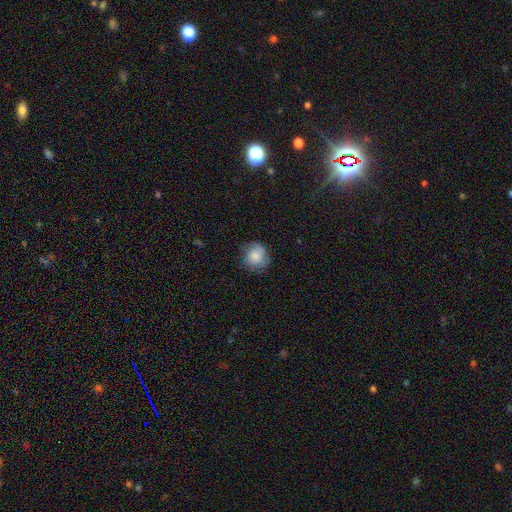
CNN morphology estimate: A smooth galaxy with no disk features (68%) that is round (85%). Merging: none (68%).